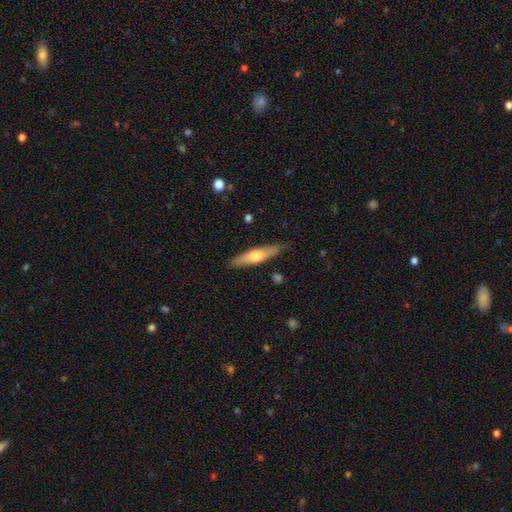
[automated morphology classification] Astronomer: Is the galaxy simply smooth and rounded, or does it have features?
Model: smooth — 49% (runner-up: featured or disk, 45%).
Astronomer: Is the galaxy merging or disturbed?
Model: none — 86%.